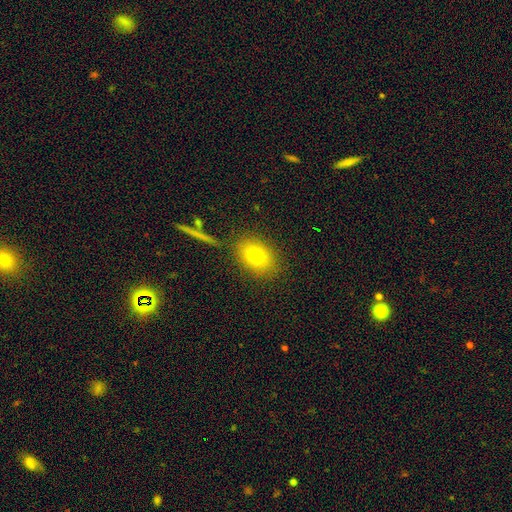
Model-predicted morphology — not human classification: smooth 75%, featured or disk 14%, star or artifact 12%. Down the decision tree: how rounded — in between (66%); merging — none (82%).